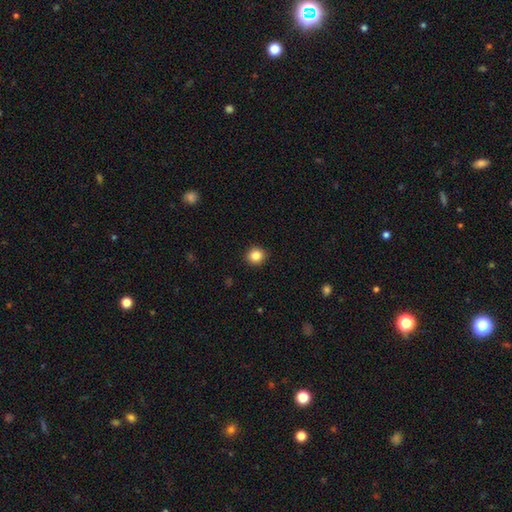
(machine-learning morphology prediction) A smooth galaxy with no disk features (85%) that is round (88%).

Vote fractions:
- Smooth or featured? smooth: 85% / star or artifact: 10% / featured or disk: 5%
- How rounded? round: 88% / in between: 12% / cigar-shaped: 1%
- Merging? none: 92% / minor disturbance: 6% / major disturbance: 2% / merger: 1%